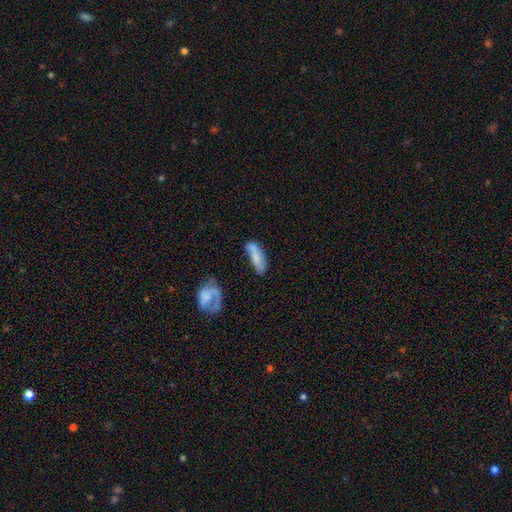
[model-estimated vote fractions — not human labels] This is likely a smooth galaxy (65%). How rounded: possibly in between (52%). Merging: possibly none (48%).